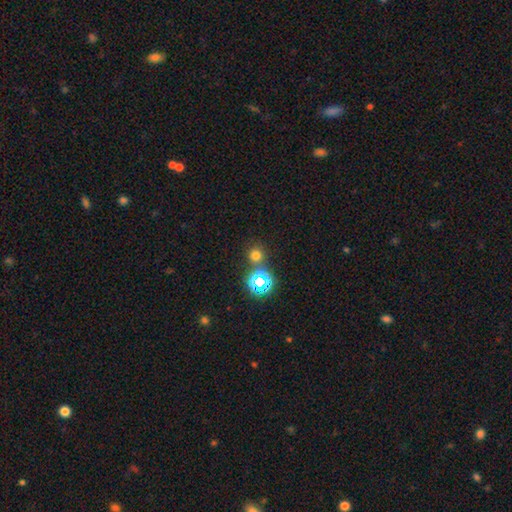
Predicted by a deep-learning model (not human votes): Morphology: type=smooth (67%); roundness=round (90%); merging=none (76%).